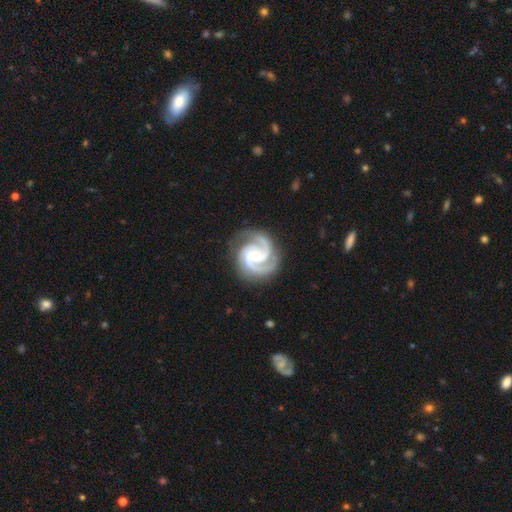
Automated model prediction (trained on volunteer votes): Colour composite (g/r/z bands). It shows a featured or disk galaxy (94%) with no bar (59%), 2 (50%) tight (54%) spiral arms (99%) and a small central bulge (60%). Merging: none (81%).